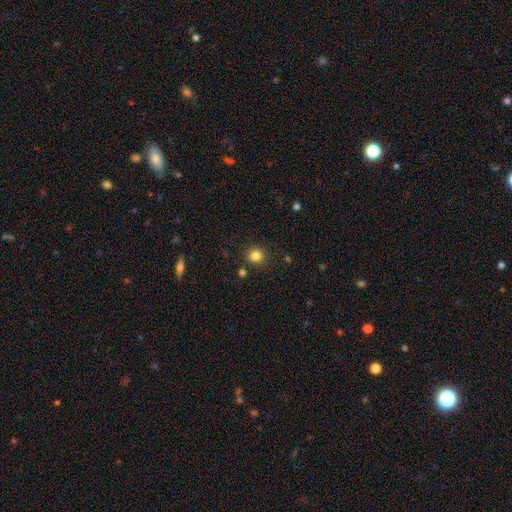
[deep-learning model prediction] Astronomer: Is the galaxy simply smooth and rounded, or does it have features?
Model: smooth — 83%.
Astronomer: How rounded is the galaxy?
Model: round — 92%.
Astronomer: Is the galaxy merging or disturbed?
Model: none — 89%.